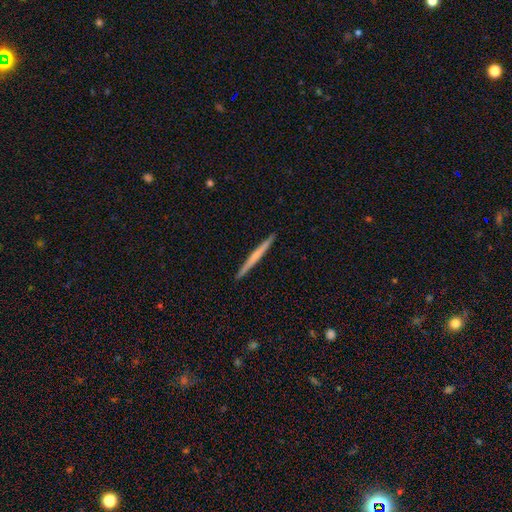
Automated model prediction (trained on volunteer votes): This is possibly a featured or disk galaxy (51%). It is clearly viewed edge-on (98%). Edge-on bulge: likely none (71%). Merging: clearly none (93%).